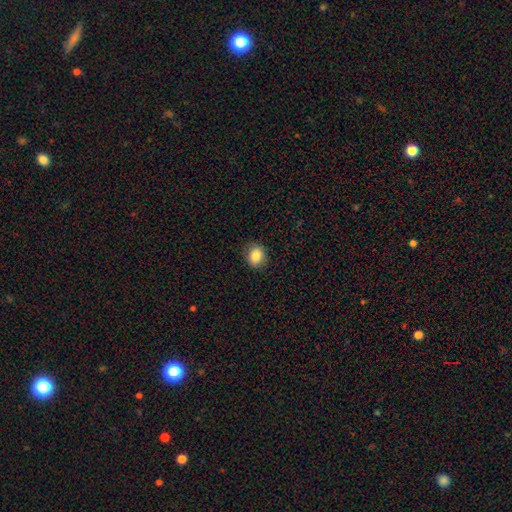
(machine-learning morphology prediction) Overall: smooth (85%). How rounded: round (63%; in between 36%). Merging: none (85%).